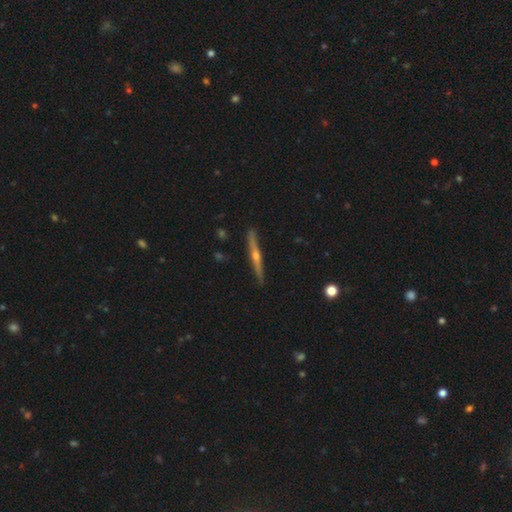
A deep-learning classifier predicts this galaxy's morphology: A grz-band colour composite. It shows a featured or disk galaxy (76%) viewed edge-on (98%) with a rounded central bulge (87%). Merging: none (91%).